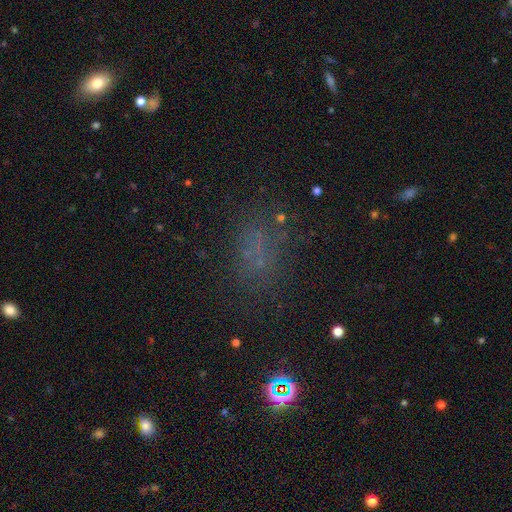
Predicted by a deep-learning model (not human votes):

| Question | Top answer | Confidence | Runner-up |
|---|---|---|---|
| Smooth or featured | smooth | 51% | star or artifact (36%) |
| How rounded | in between | 72% | round (22%) |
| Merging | none | 66% | minor disturbance (16%) |